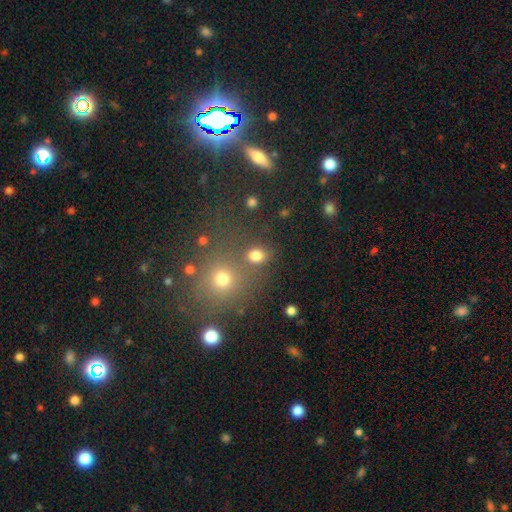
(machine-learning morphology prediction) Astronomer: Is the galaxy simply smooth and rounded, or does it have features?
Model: smooth — 78%.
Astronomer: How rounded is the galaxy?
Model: round — 60% (runner-up: in between, 38%).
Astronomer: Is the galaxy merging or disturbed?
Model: none — 68%.